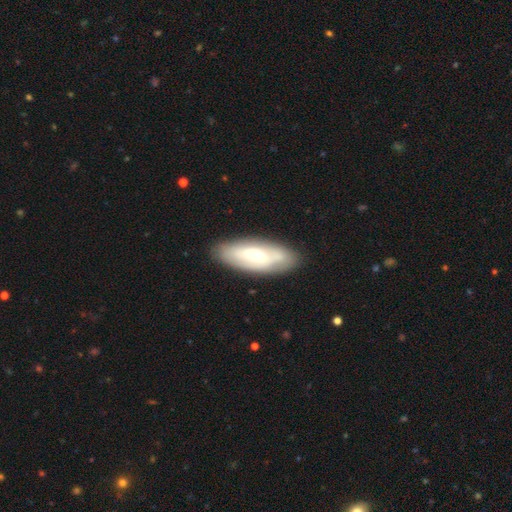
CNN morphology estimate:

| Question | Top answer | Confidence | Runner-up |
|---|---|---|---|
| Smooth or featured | featured or disk | 57% | smooth (37%) |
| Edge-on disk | no | 80% | yes (20%) |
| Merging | none | 84% | minor disturbance (11%) |